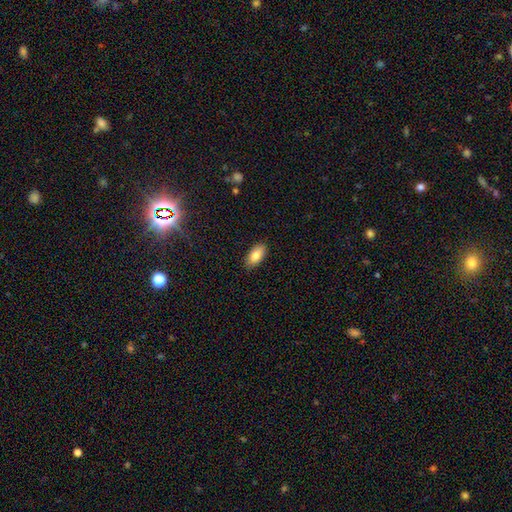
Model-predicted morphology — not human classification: smooth 81%, featured or disk 12%, star or artifact 7%. Down the decision tree: how rounded — in between (91%); merging — none (88%).